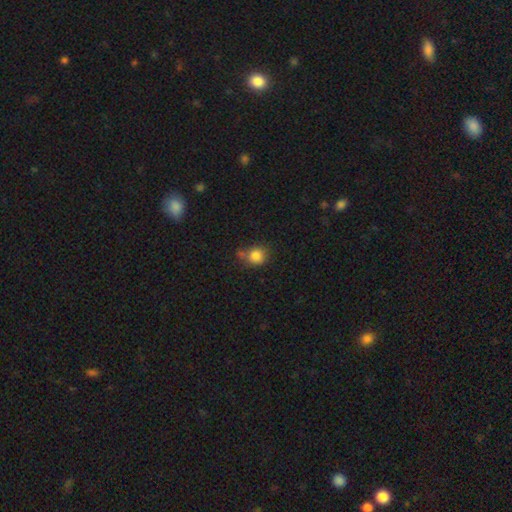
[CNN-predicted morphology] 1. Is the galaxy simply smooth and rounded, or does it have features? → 83% smooth, 10% star or artifact, 6% featured or disk.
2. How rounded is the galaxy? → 77% round, 21% in between, 1% cigar-shaped.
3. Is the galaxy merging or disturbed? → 55% none, 25% minor disturbance, 12% merger, 8% major disturbance.